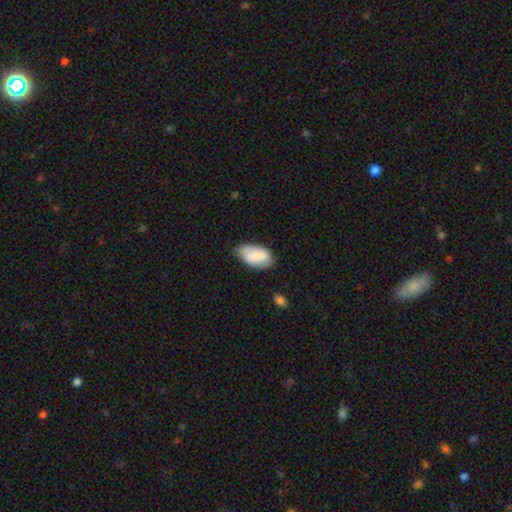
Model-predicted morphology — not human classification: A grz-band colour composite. It shows a smooth galaxy with no disk features (80%) that is in between round and cigar-shaped (94%). Merging: none (62%).